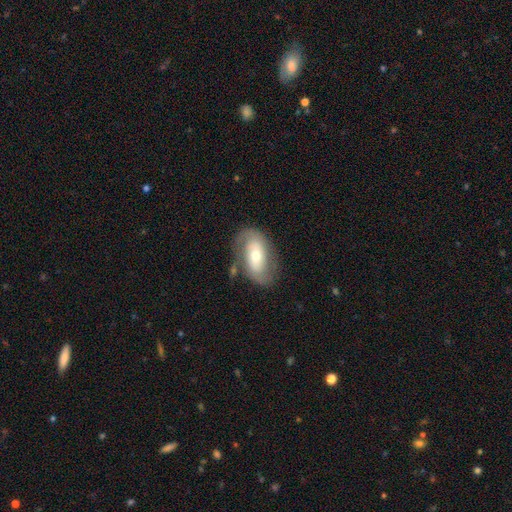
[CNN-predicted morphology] A featured or disk galaxy (66%) with no bar (44%), spiral arms (79%) and a moderate central bulge (58%). Merging: none (69%).